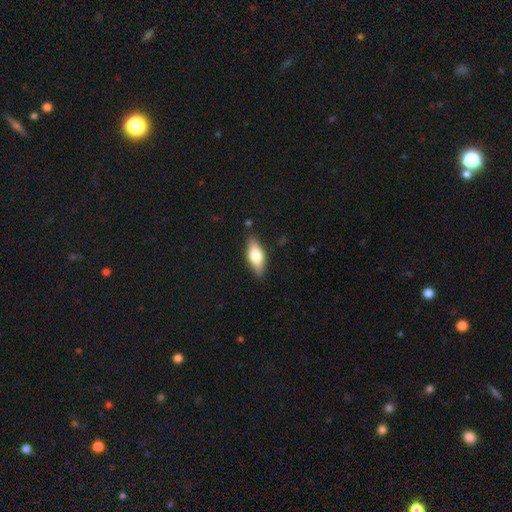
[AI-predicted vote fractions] Smooth or featured: smooth — 61% (featured or disk — 32%)
How rounded: in between — 74% (cigar-shaped — 23%)
Merging: none — 84% (minor disturbance — 12%)